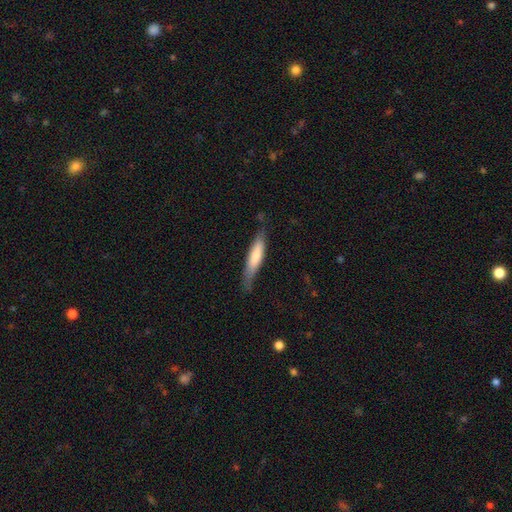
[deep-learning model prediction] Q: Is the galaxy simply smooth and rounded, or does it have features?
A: smooth — 68%.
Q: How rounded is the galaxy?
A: cigar-shaped — 80%.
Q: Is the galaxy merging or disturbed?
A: none — 68%.